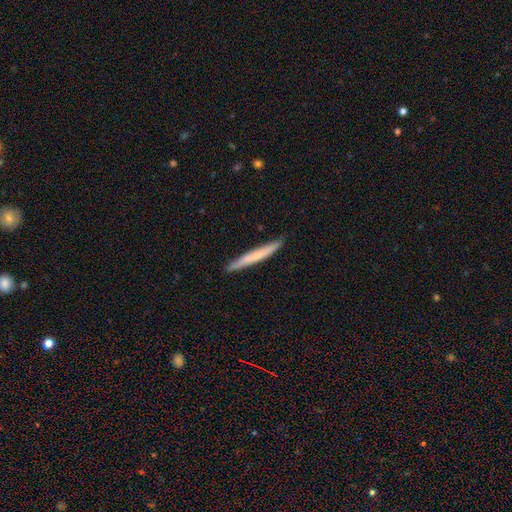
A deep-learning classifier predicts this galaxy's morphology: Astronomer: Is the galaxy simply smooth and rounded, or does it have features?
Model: smooth — 64%.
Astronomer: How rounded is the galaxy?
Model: cigar-shaped — 97%.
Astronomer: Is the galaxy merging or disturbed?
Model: none — 90%.